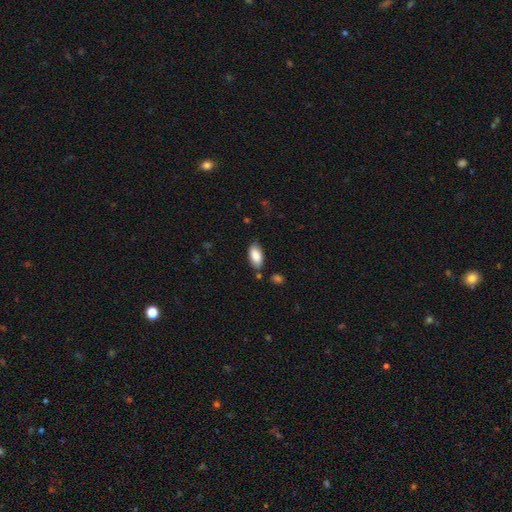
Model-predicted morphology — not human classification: A smooth galaxy with no disk features (87%) that is in between round and cigar-shaped (93%). Merging: none (78%).